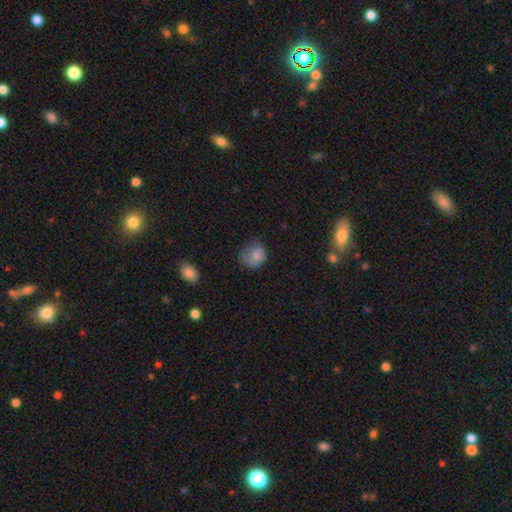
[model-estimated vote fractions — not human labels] Q: Smooth or featured?
A: smooth (78%); runner-up: featured or disk (13%)
Q: How rounded?
A: round (62%); runner-up: in between (37%)
Q: Merging?
A: none (39%); runner-up: minor disturbance (34%)